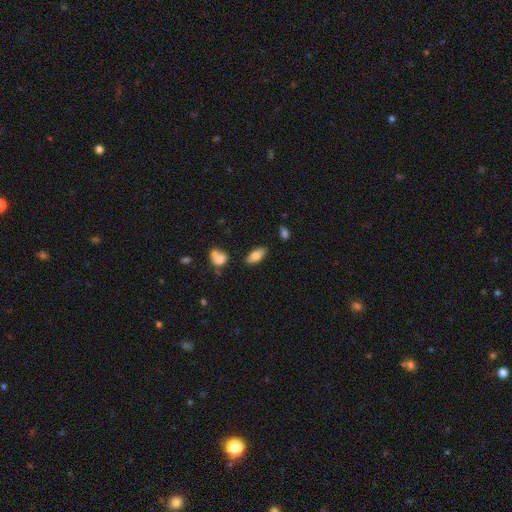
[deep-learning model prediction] Smooth or featured: smooth — 78% (featured or disk — 15%)
How rounded: in between — 83% (cigar-shaped — 15%)
Merging: none — 81% (minor disturbance — 12%)